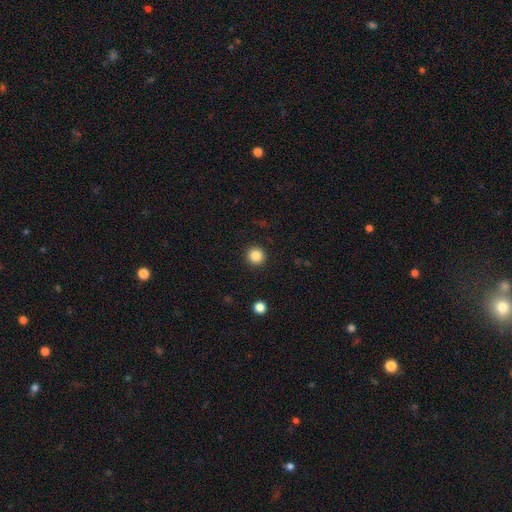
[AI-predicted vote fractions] The model was most divided on "smooth or featured": smooth: 85%, star or artifact: 11%, featured or disk: 4%. More confident: how rounded — round (95%); merging — none (93%).